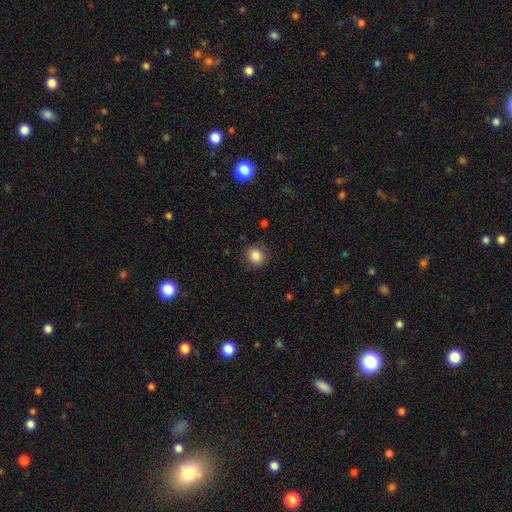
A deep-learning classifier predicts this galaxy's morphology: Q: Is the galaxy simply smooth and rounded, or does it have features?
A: smooth — 85%.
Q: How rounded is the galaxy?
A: round — 89%.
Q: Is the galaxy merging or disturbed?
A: none — 89%.